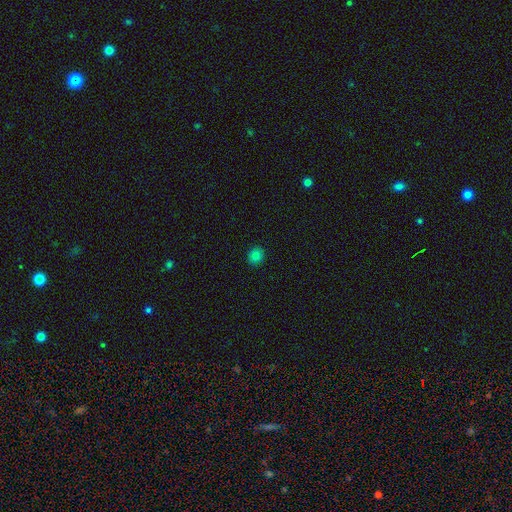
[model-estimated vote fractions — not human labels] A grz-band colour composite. It shows a smooth galaxy with no disk features (81%) that is round (77%). Merging: none (91%).